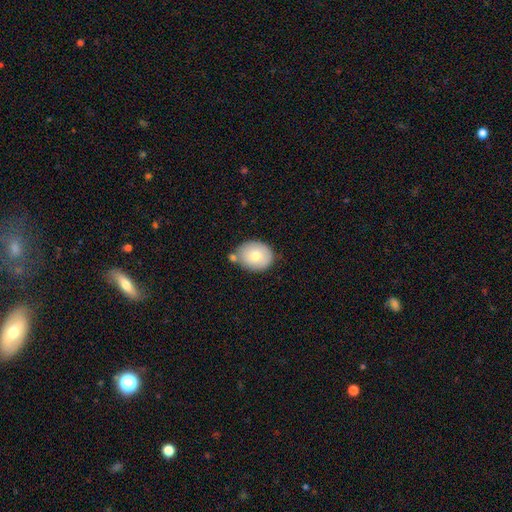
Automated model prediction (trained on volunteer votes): This is likely a smooth galaxy (74%). How rounded: possibly in between (51%). Merging: likely none (66%).